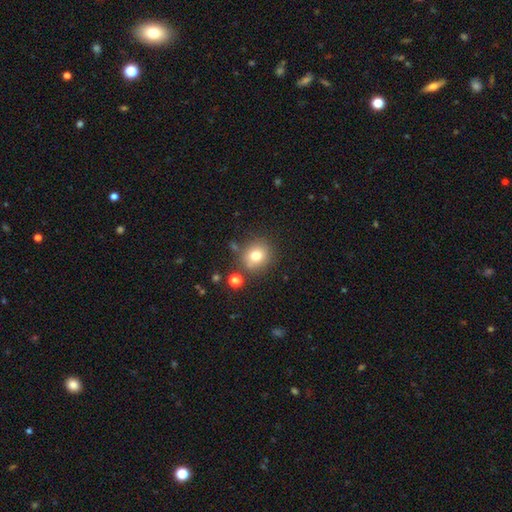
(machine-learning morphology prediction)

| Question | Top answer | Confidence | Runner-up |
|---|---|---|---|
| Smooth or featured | smooth | 76% | star or artifact (13%) |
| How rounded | round | 81% | in between (18%) |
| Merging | none | 78% | minor disturbance (11%) |